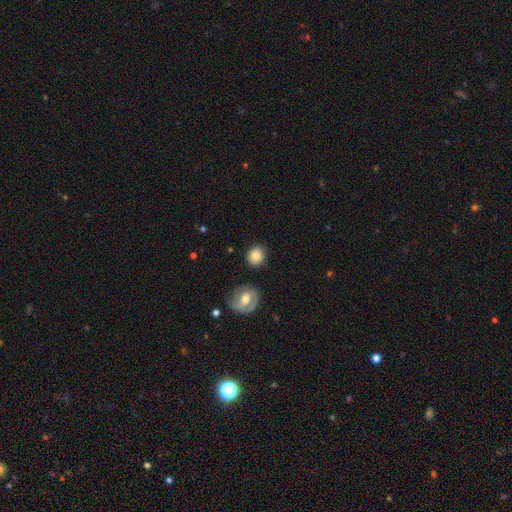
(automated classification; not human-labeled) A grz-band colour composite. It shows a smooth galaxy with no disk features (83%) that is round (81%). Merging: none (84%).